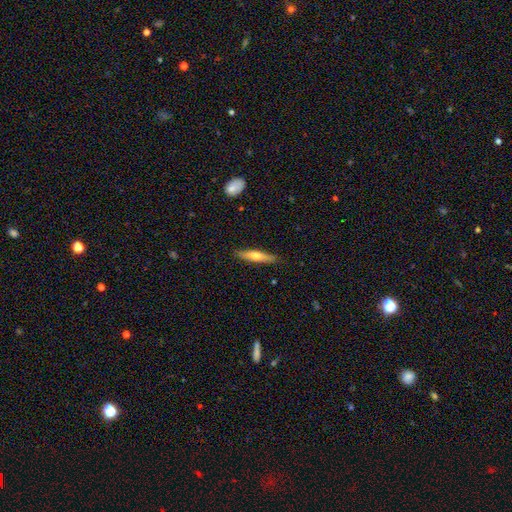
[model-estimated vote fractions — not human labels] This appears to be a smooth galaxy with no disk features (59%) that is cigar-shaped (84%). Merging: none (88%).